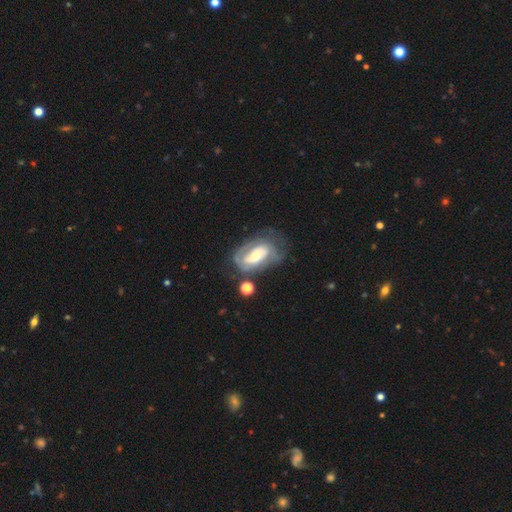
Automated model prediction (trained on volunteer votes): smooth-or-featured: featured or disk: 74% | smooth: 20% | star or artifact: 6%
  disk-edge-on: no: 95% | yes: 5%
    bar: no: 55% | weak: 31% | strong: 14%
    has-spiral-arms: yes: 82% | no: 18%
      spiral-winding: tight: 54% | medium: 33% | loose: 13%
      spiral-arm-count: 2: 41% | can't tell: 36% | 1: 12% | 3: 7% | 4: 2% | more than 4: 2%
    bulge-size: small: 43% | moderate: 38% | large: 13% | none: 3% | dominant: 2%
  merging: none: 51% | minor disturbance: 23% | major disturbance: 20% | merger: 6%